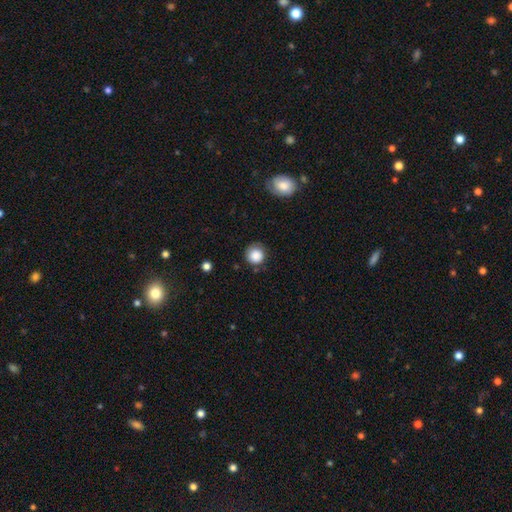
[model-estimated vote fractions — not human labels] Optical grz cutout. It shows a smooth galaxy with no disk features (86%) that is round (93%). Merging: none (78%).